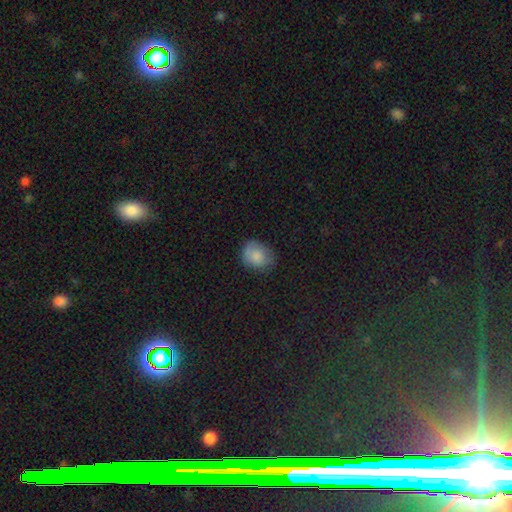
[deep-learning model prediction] Smooth or featured? Predicted: smooth (p=0.82). How rounded? Predicted: round (p=0.54). Merging? Predicted: none (p=0.65).